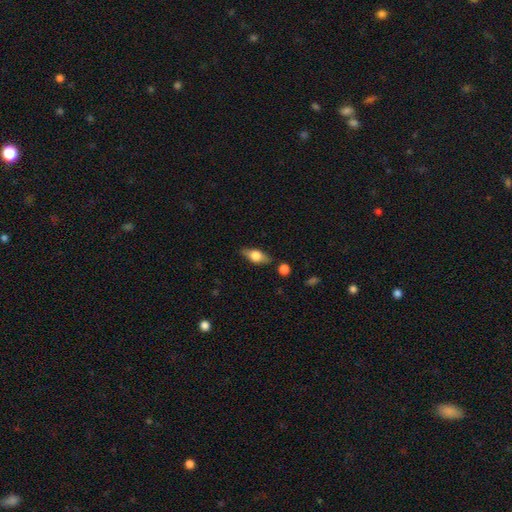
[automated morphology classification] Smooth or featured: smooth — 58% (featured or disk — 35%)
How rounded: in between — 76% (cigar-shaped — 18%)
Merging: none — 79% (minor disturbance — 14%)